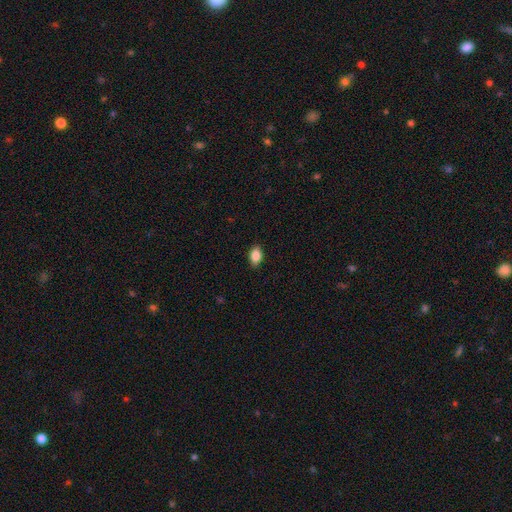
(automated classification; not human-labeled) This is clearly a smooth galaxy (87%). How rounded: clearly in between (89%). Merging: clearly none (88%).